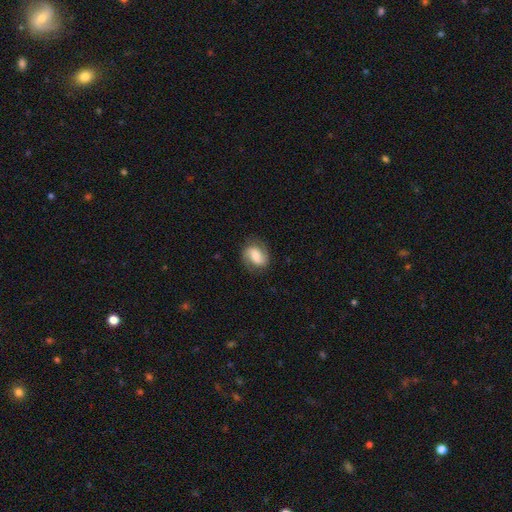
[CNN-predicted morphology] Smooth or featured? Predicted: featured or disk (p=0.52). Edge-on disk? Predicted: no (p=0.97). Bar? Predicted: weak (p=0.39, tied with no). Spiral arms? Predicted: yes (p=0.89). Bulge size? Predicted: moderate (p=0.40). Merging? Predicted: none (p=0.76).